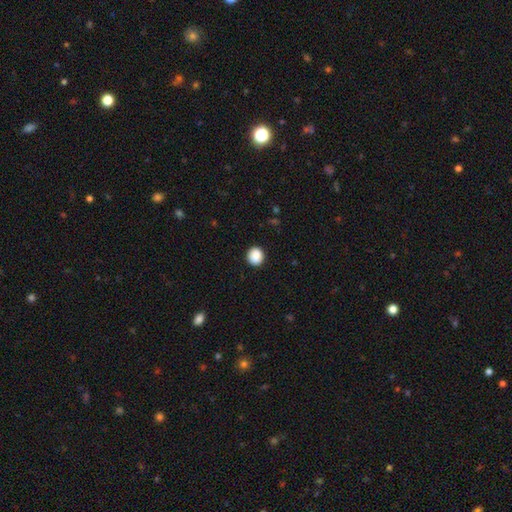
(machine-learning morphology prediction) A smooth galaxy with no disk features (89%) that is round (88%). Merging: none (91%).